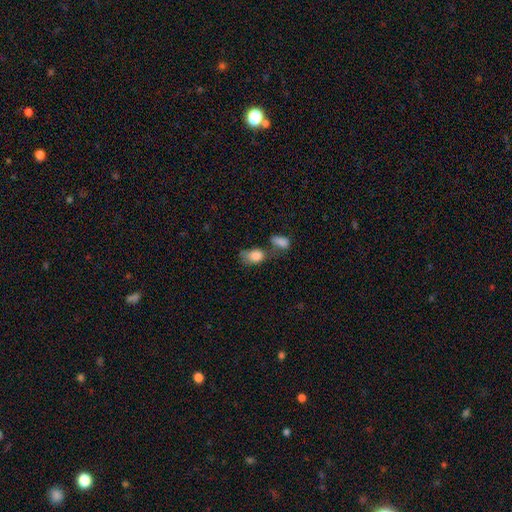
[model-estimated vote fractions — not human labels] The model was most divided on "merging": merger: 36%, none: 31%, minor disturbance: 21%, major disturbance: 13%. More confident: smooth or featured — smooth (83%); how rounded — in between (82%).